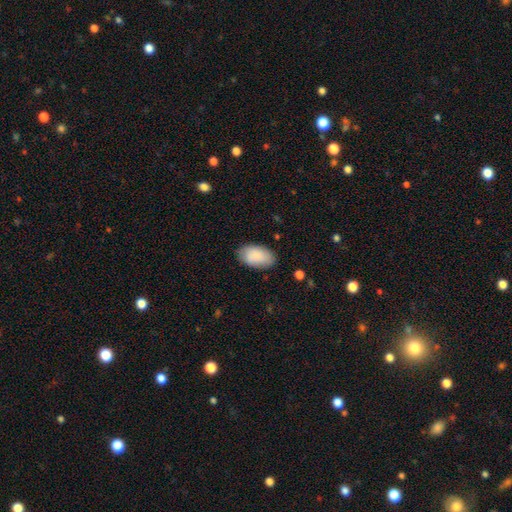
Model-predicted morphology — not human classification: Smooth or featured: smooth — 88% (star or artifact — 6%)
How rounded: in between — 94% (round — 5%)
Merging: none — 81% (minor disturbance — 15%)